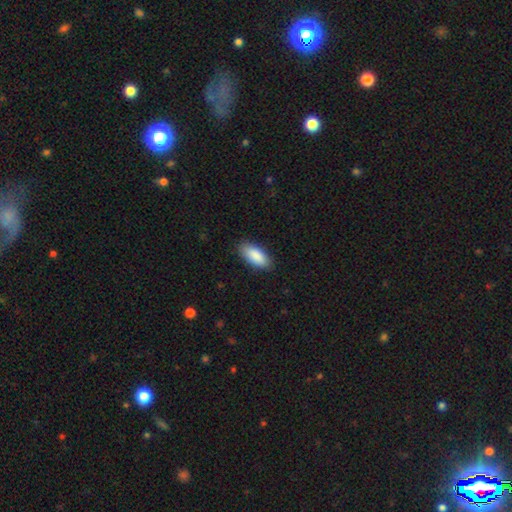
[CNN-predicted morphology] Q: Smooth or featured?
A: smooth (90%); runner-up: star or artifact (5%)
Q: How rounded?
A: in between (89%); runner-up: cigar-shaped (10%)
Q: Merging?
A: none (87%); runner-up: minor disturbance (10%)